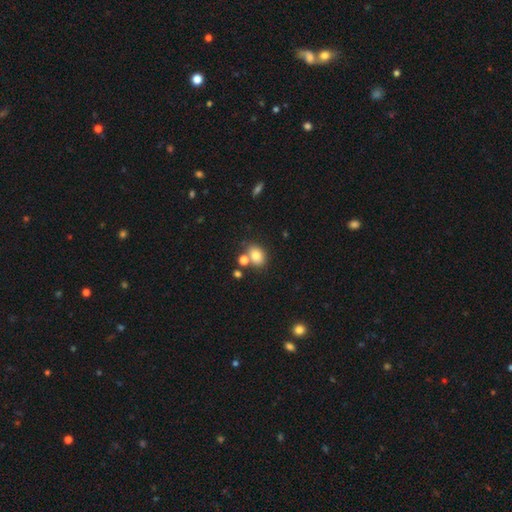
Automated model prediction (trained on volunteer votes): smooth_or_featured: smooth (p=0.79) [alt: star or artifact p=0.11]
how_rounded: in between (p=0.60) [alt: round p=0.39]
merging: none (p=0.61) [alt: merger p=0.22]